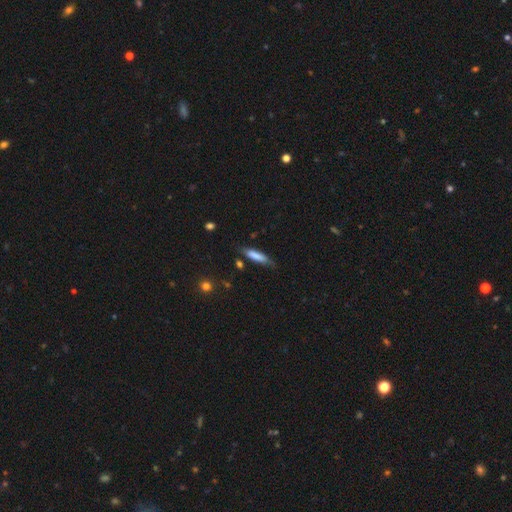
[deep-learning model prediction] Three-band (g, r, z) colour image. It shows a smooth galaxy with no disk features (78%) that is cigar-shaped (74%). Merging: none (69%).